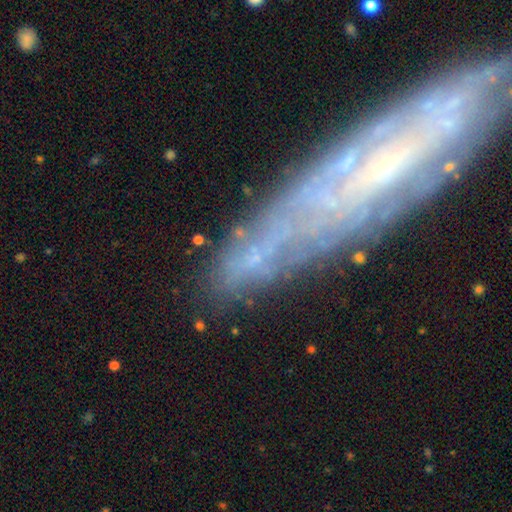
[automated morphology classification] Smooth or featured?
  - featured or disk: 56% *
  - smooth: 25%
  - star or artifact: 20%
Edge-on disk?
  - no: 64% *
  - yes: 36%
Merging?
  - none: 71% *
  - minor disturbance: 17%
  - major disturbance: 8%
  - merger: 4%